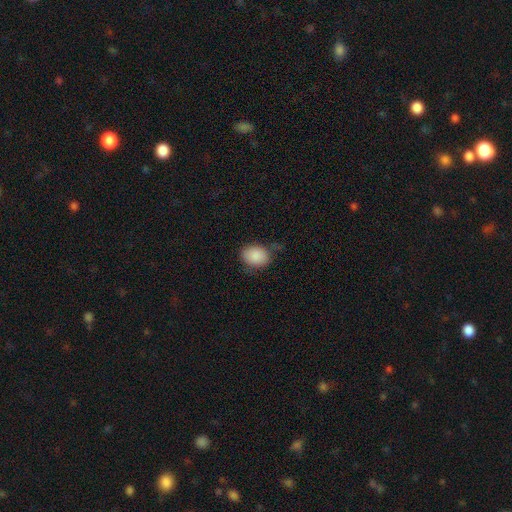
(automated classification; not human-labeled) Smooth or featured? smooth (88%)
How rounded? in between (64%)
Merging? none (64%)